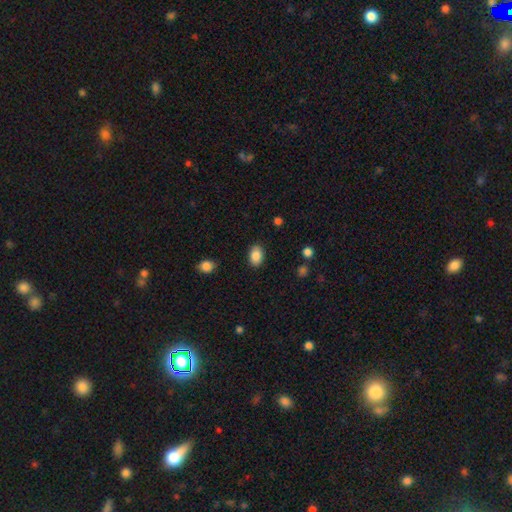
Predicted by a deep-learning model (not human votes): Smooth or featured: smooth — 87% (star or artifact — 8%)
How rounded: in between — 83% (round — 16%)
Merging: none — 87% (minor disturbance — 9%)